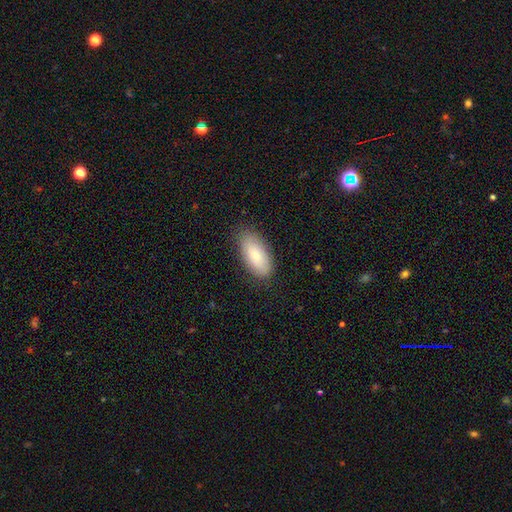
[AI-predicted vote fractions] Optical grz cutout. It shows a smooth galaxy with no disk features (81%) that is in between round and cigar-shaped (91%). Merging: none (84%).